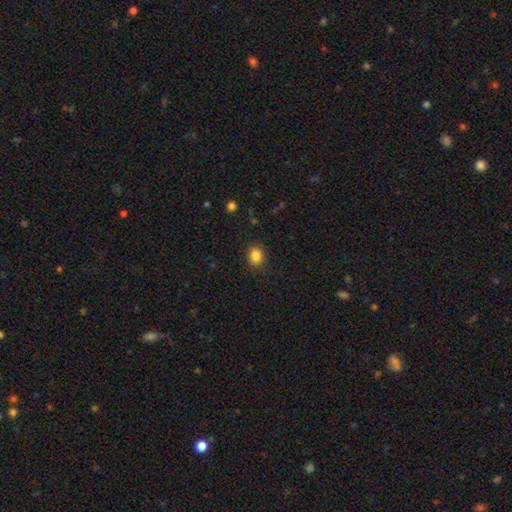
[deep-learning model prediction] Overall: smooth (86%). How rounded: round (58%; in between 41%). Merging: none (88%).